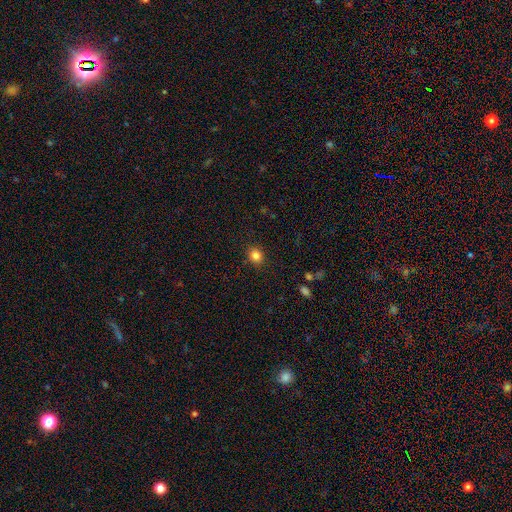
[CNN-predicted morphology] This appears to be a smooth galaxy with no disk features (83%) that is round (74%). Merging: none (89%).